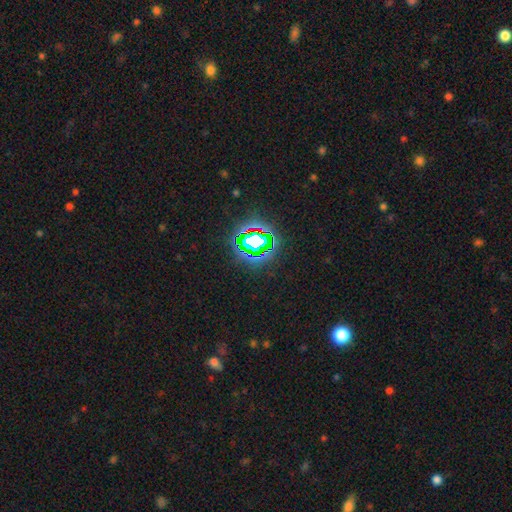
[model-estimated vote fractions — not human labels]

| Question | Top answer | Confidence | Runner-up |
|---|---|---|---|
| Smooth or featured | star or artifact | 82% | smooth (11%) |